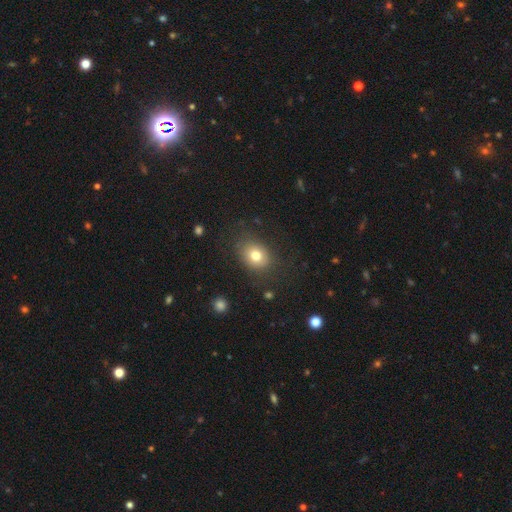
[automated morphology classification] A smooth galaxy with no disk features (77%) that is in between round and cigar-shaped (52%).

Vote fractions:
- Smooth or featured? smooth: 77% / featured or disk: 12% / star or artifact: 11%
- How rounded? in between: 52% / round: 47% / cigar-shaped: 1%
- Merging? none: 78% / minor disturbance: 14% / major disturbance: 7% / merger: 2%